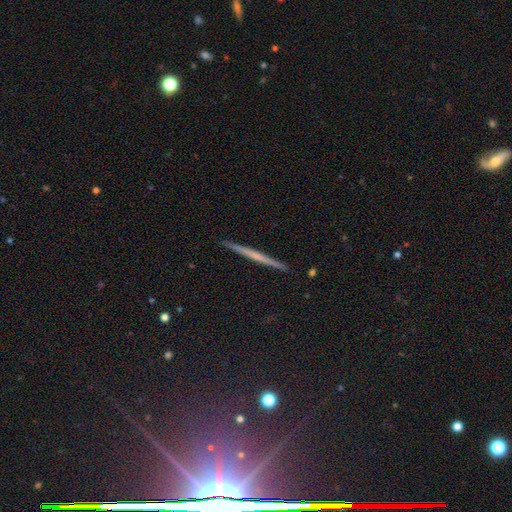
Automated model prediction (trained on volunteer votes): This appears to be a featured or disk galaxy (60%) viewed edge-on (98%) with no central bulge (71%). Merging: none (93%).